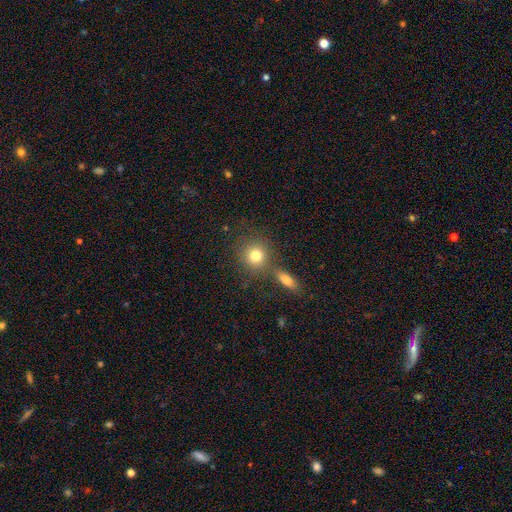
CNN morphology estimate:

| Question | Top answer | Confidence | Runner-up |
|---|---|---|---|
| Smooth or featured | smooth | 78% | star or artifact (12%) |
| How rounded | round | 88% | in between (11%) |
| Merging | none | 69% | merger (18%) |